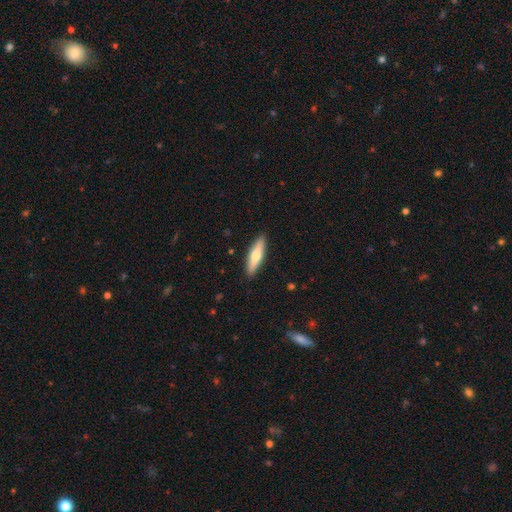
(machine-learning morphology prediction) This is likely a smooth galaxy (60%). How rounded: likely cigar-shaped (69%). Merging: clearly none (90%).